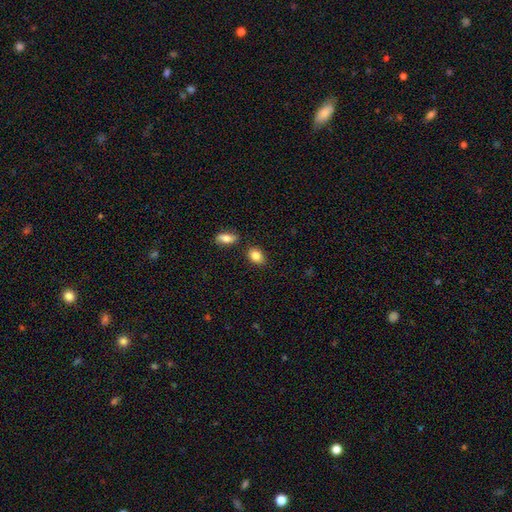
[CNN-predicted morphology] Q: Smooth or featured?
A: smooth (85%); runner-up: star or artifact (8%)
Q: How rounded?
A: in between (74%); runner-up: round (24%)
Q: Merging?
A: none (82%); runner-up: minor disturbance (10%)